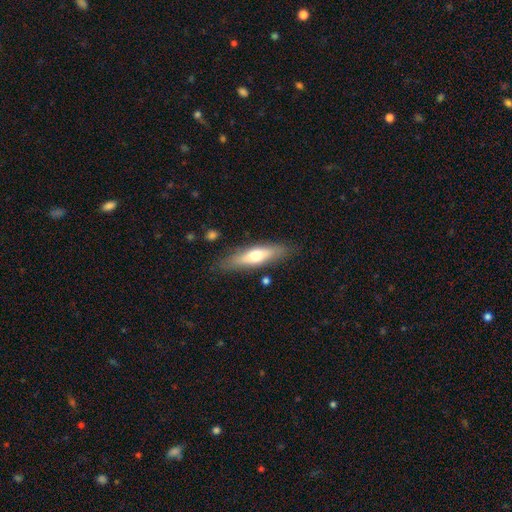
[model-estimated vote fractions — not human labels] This is possibly a smooth galaxy (54%). How rounded: likely cigar-shaped (62%). Merging: clearly none (83%).